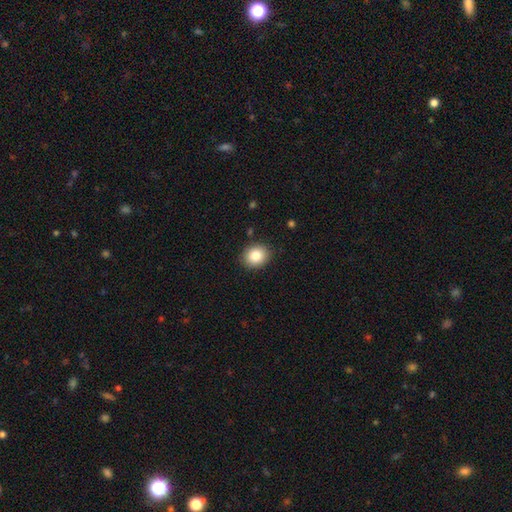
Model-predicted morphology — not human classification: smooth-or-featured: smooth: 84% | star or artifact: 9% | featured or disk: 7%
  how-rounded: round: 64% | in between: 35% | cigar-shaped: 1%
  merging: none: 88% | minor disturbance: 8% | major disturbance: 2% | merger: 1%